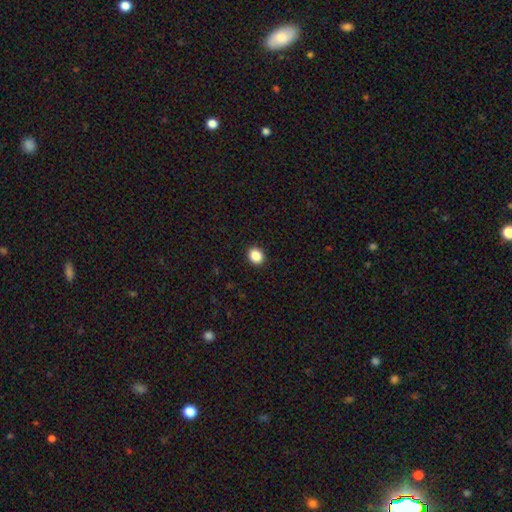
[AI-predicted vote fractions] Smooth or featured? smooth (88%)
How rounded? round (69%)
Merging? none (92%)